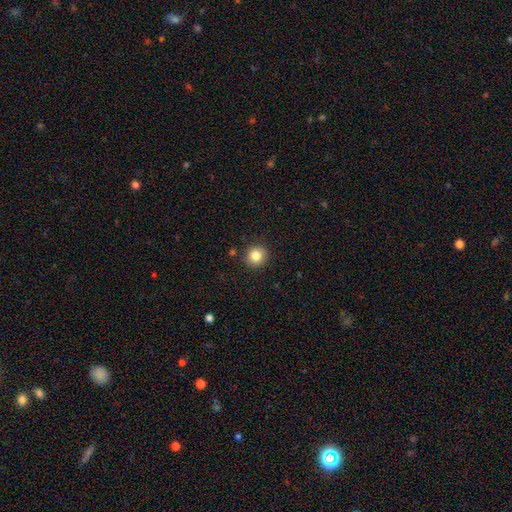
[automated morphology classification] type=smooth (83%); roundness=round (92%); merging=none (91%).